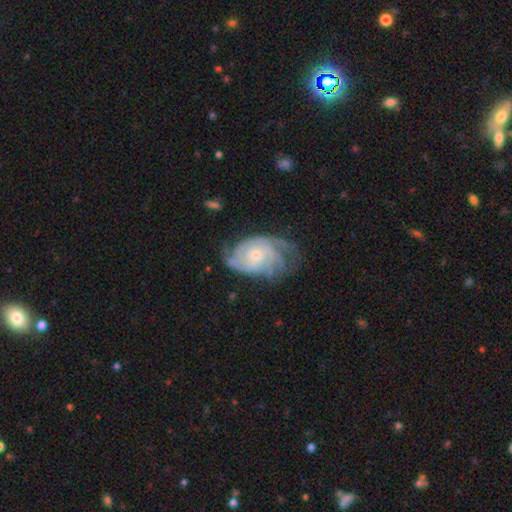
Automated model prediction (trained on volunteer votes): Smooth or featured? Predicted: featured or disk (p=0.86). Edge-on disk? Predicted: no (p=0.97). Bar? Predicted: no (p=0.73). Spiral arms? Predicted: yes (p=0.96). Spiral winding? Predicted: tight (p=0.58). Spiral arm count? Predicted: can't tell (p=0.28). Bulge size? Predicted: small (p=0.67). Merging? Predicted: none (p=0.59).